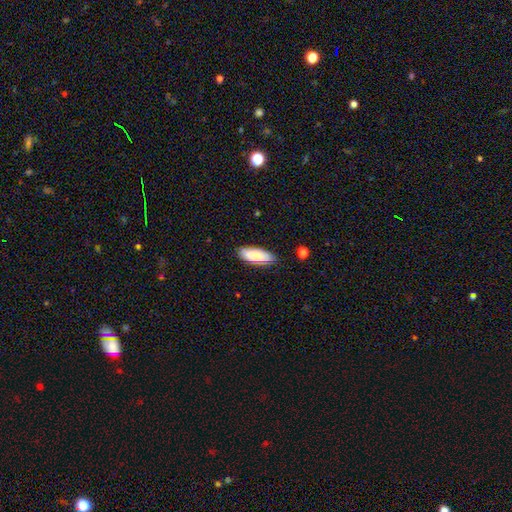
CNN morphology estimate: Smooth or featured: smooth — 84% (featured or disk — 10%)
How rounded: in between — 74% (cigar-shaped — 25%)
Merging: none — 83% (minor disturbance — 13%)